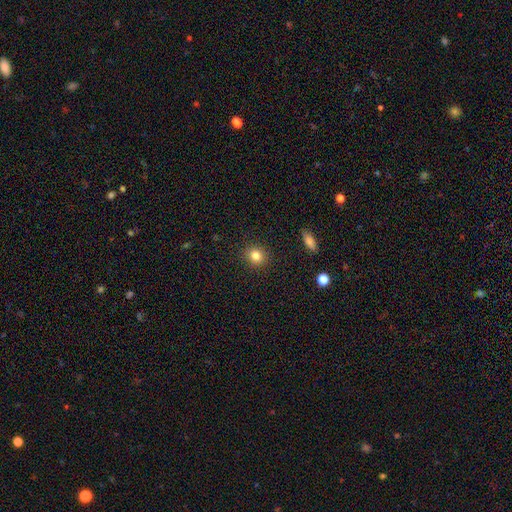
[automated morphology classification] Smooth or featured? Predicted: smooth (p=0.82). How rounded? Predicted: round (p=0.83). Merging? Predicted: none (p=0.90).